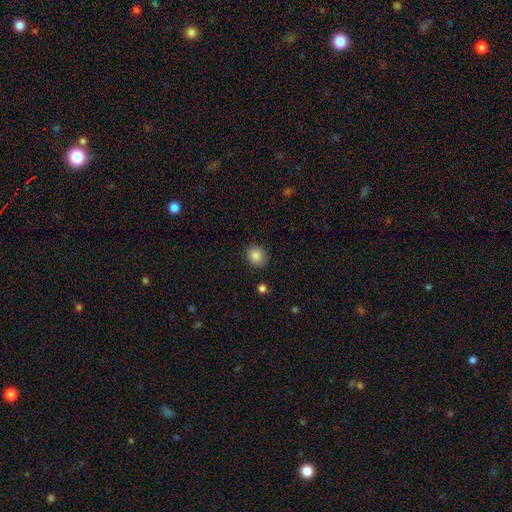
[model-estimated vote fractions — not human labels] Smooth or featured: smooth — 86% (star or artifact — 9%)
How rounded: round — 61% (in between — 38%)
Merging: none — 86% (minor disturbance — 10%)